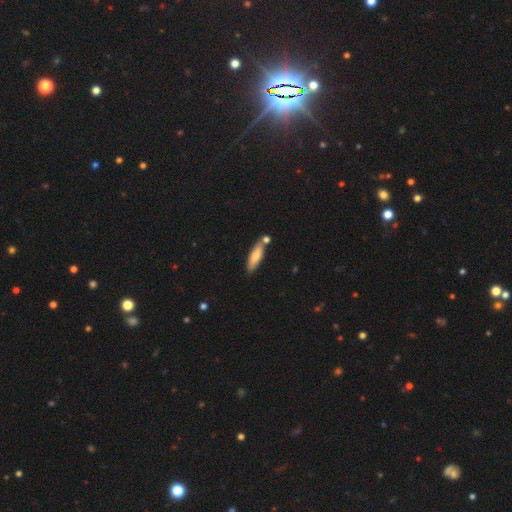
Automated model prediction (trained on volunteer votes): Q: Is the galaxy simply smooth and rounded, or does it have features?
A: smooth — 71%.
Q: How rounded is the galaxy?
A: cigar-shaped — 64%.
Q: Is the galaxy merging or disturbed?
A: none — 69%.